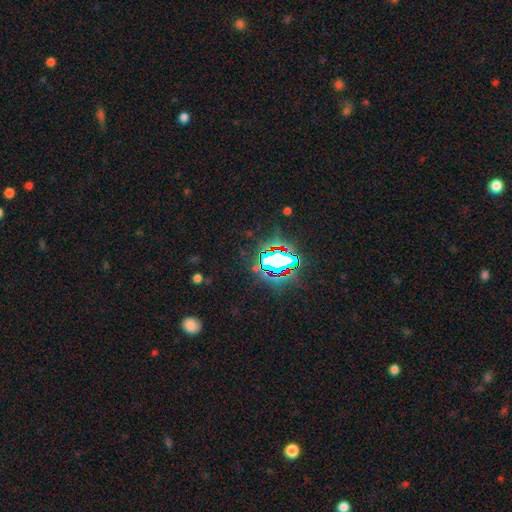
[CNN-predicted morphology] Smooth or featured? star or artifact (81%)